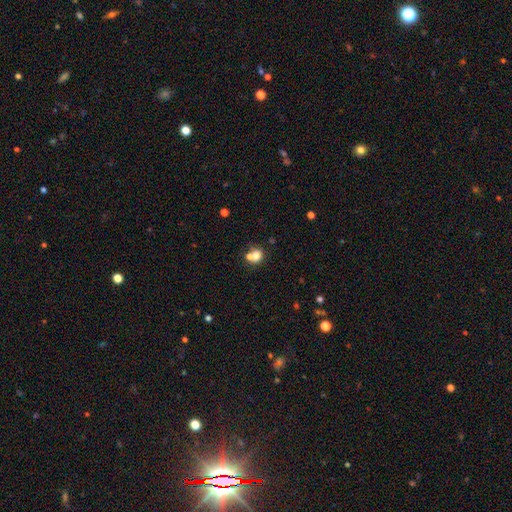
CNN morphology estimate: smooth 72%, featured or disk 15%, star or artifact 13%. Down the decision tree: how rounded — round (75%); merging — merger (47%).